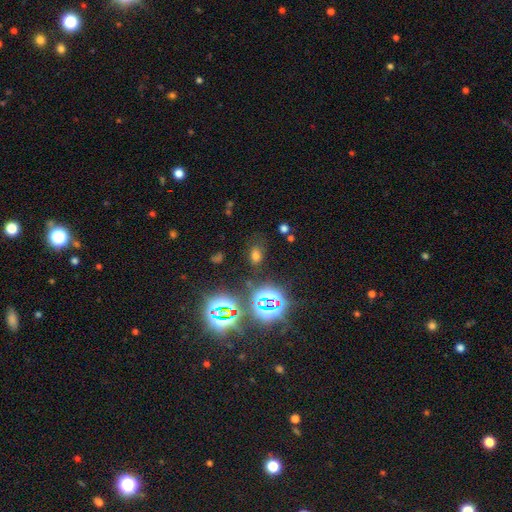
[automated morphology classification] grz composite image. It shows a smooth galaxy with no disk features (55%) that is in between round and cigar-shaped (78%). Merging: none (77%).